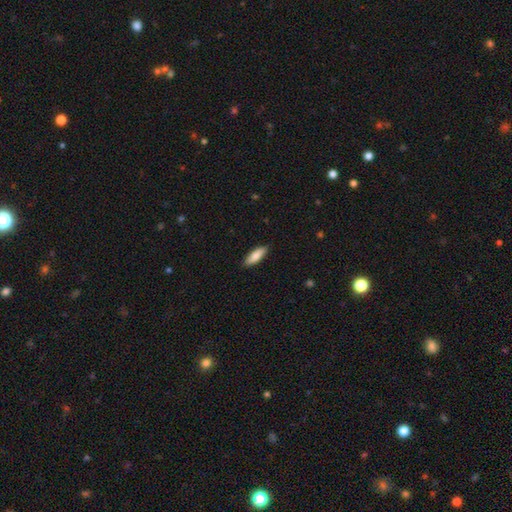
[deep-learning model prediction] Morphology: type=smooth (83%); roundness=in between (59%); merging=none (87%).